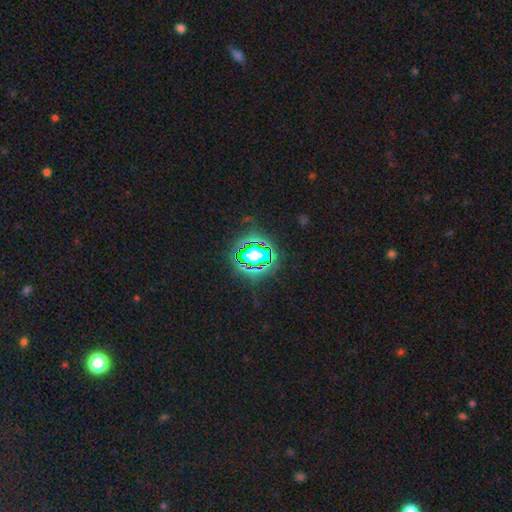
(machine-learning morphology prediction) smooth-or-featured: star or artifact: 80% | smooth: 13% | featured or disk: 7%